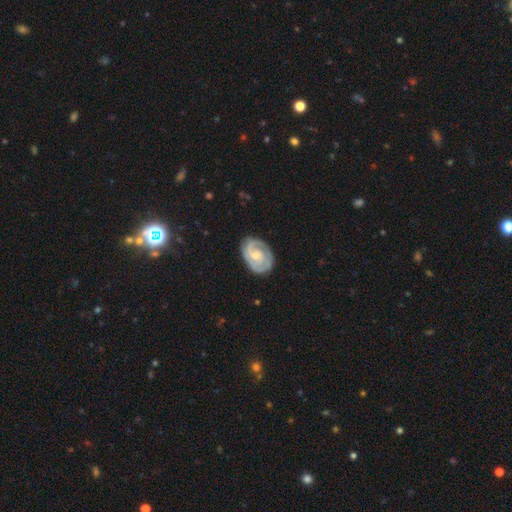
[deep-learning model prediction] Smooth or featured? Predicted: featured or disk (p=0.81). Edge-on disk? Predicted: no (p=0.97). Bar? Predicted: no (p=0.59). Spiral arms? Predicted: yes (p=0.94). Spiral winding? Predicted: tight (p=0.59). Spiral arm count? Predicted: 2 (p=0.57). Bulge size? Predicted: moderate (p=0.46). Merging? Predicted: none (p=0.77).